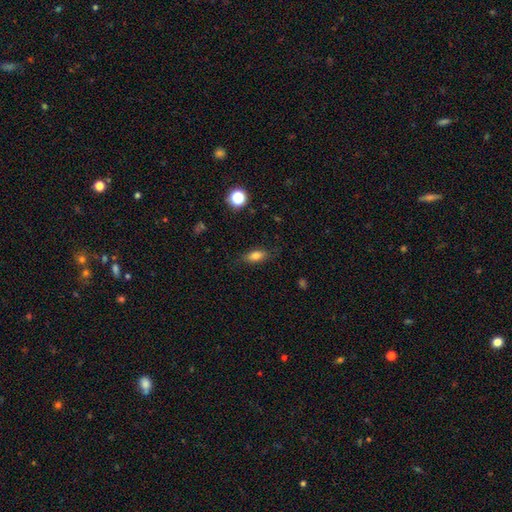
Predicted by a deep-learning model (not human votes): smooth_or_featured: smooth (p=0.77) [alt: featured or disk p=0.13]
how_rounded: in between (p=0.77) [alt: cigar-shaped p=0.16]
merging: none (p=0.79) [alt: minor disturbance p=0.15]